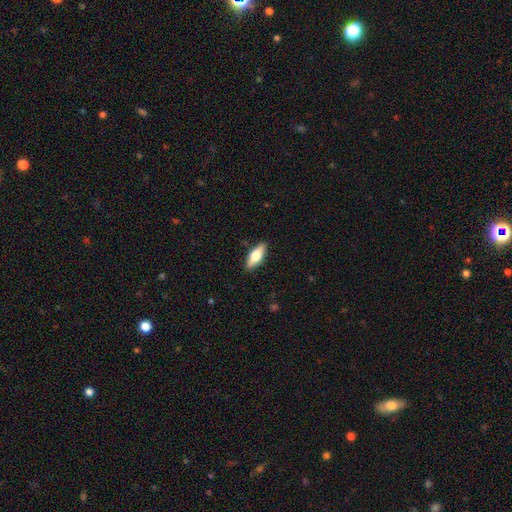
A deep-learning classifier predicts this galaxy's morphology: Smooth or featured? smooth (63%)
How rounded? in between (64%)
Merging? none (89%)